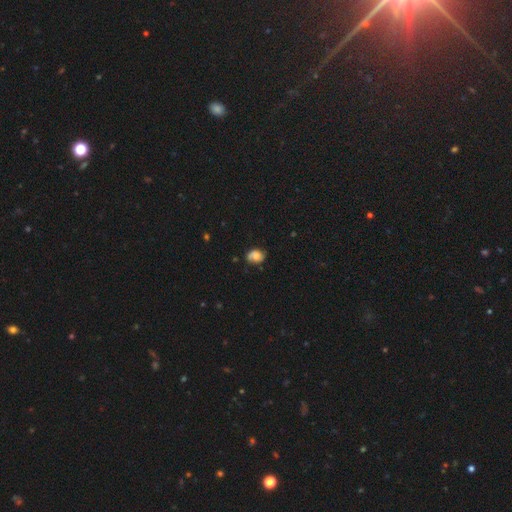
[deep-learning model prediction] Smooth or featured?
  - smooth: 60% *
  - featured or disk: 30%
  - star or artifact: 10%
How rounded?
  - in between: 62% *
  - round: 37%
  - cigar-shaped: 1%
Merging?
  - none: 74% *
  - minor disturbance: 20%
  - major disturbance: 4%
  - merger: 2%